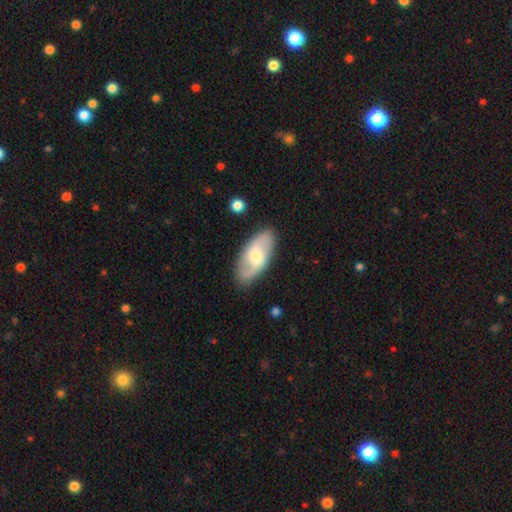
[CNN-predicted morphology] featured or disk 58%, smooth 37%, star or artifact 5%. Down the decision tree: edge-on disk — no (91%); bar — no (52%); spiral arms — yes (79%); bulge size — moderate (58%); merging — none (85%).